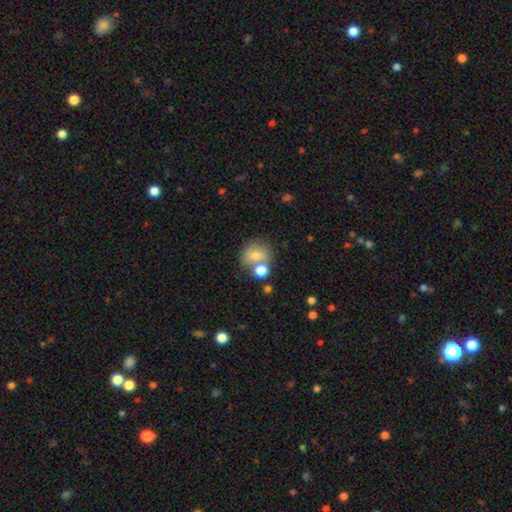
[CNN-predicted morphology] This is likely a smooth galaxy (65%). How rounded: likely round (70%). Merging: possibly none (51%).